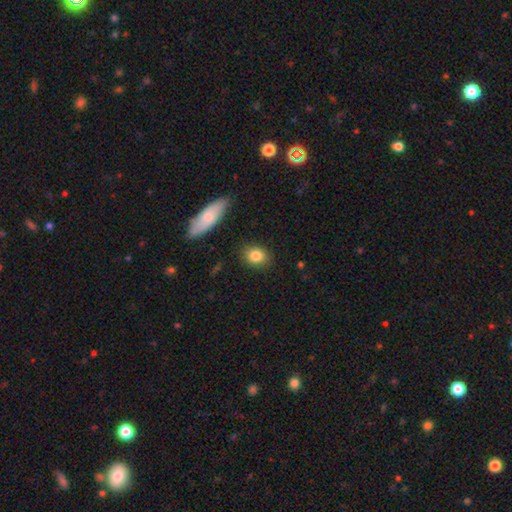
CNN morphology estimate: type=smooth (84%); roundness=round (50%); merging=none (85%).